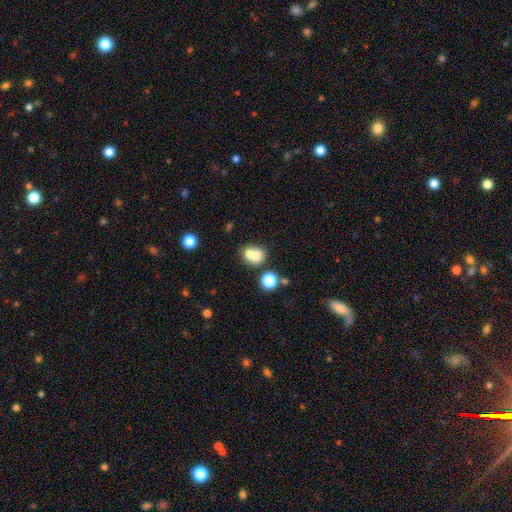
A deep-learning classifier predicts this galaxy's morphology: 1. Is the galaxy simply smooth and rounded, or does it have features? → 71% smooth, 17% featured or disk, 12% star or artifact.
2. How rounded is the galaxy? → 64% round, 35% in between, 1% cigar-shaped.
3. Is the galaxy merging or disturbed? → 58% merger, 31% none, 7% minor disturbance, 4% major disturbance.